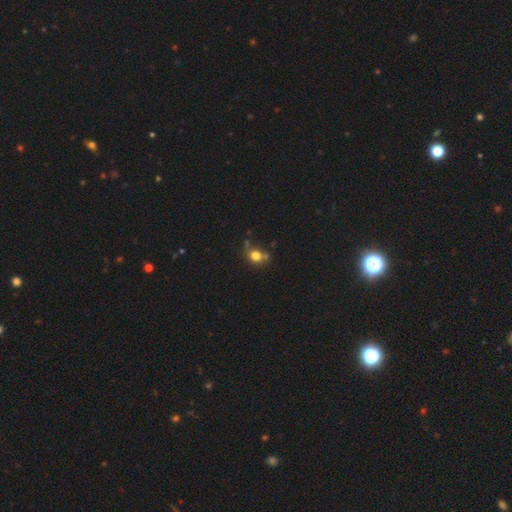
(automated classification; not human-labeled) smooth 74%, star or artifact 14%, featured or disk 12%. Down the decision tree: how rounded — round (70%); merging — none (48%).